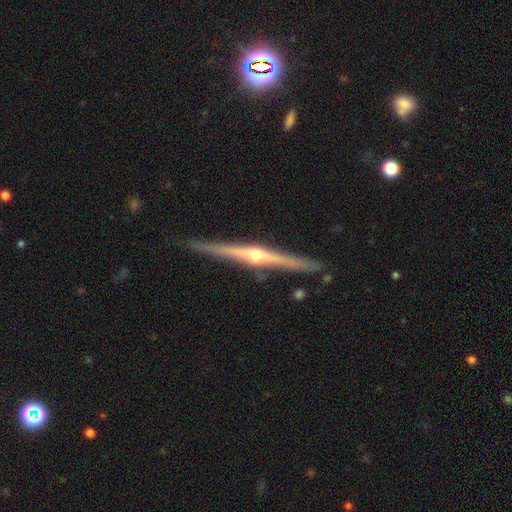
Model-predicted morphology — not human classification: This appears to be a featured or disk galaxy (85%) viewed edge-on (98%) with a rounded central bulge (90%). Merging: none (90%).